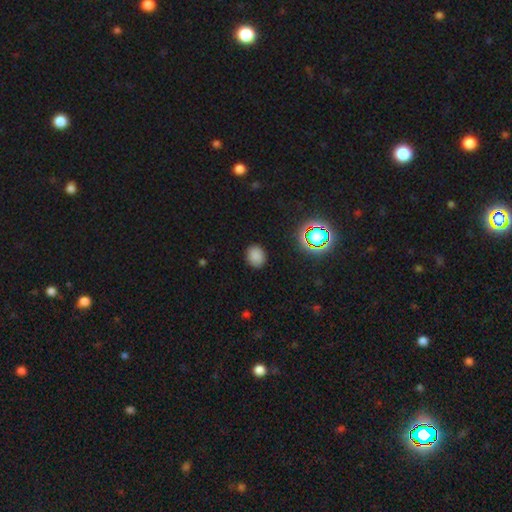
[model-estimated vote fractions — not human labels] This is likely a smooth galaxy (79%). How rounded: possibly round (57%). Merging: clearly none (87%).